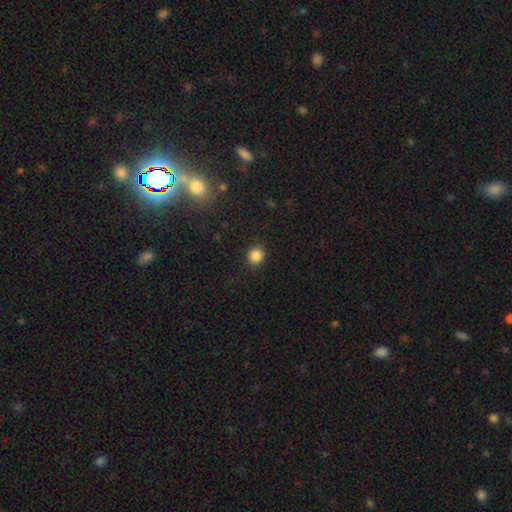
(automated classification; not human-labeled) smooth_or_featured: smooth (p=0.85) [alt: star or artifact p=0.11]
how_rounded: round (p=0.89) [alt: in between p=0.10]
merging: none (p=0.88) [alt: minor disturbance p=0.08]